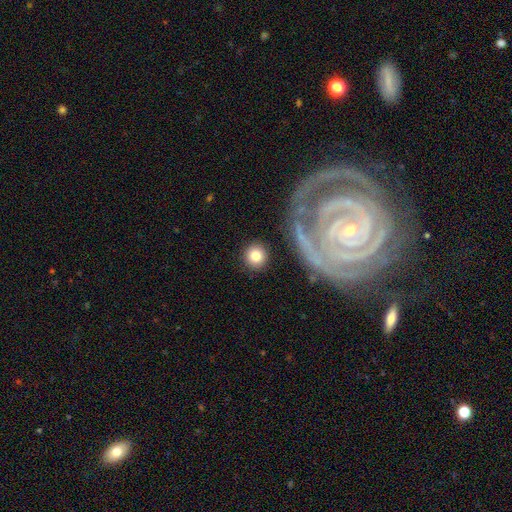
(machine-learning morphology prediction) Overall: smooth (81%). How rounded: round (92%). Merging: none (88%).